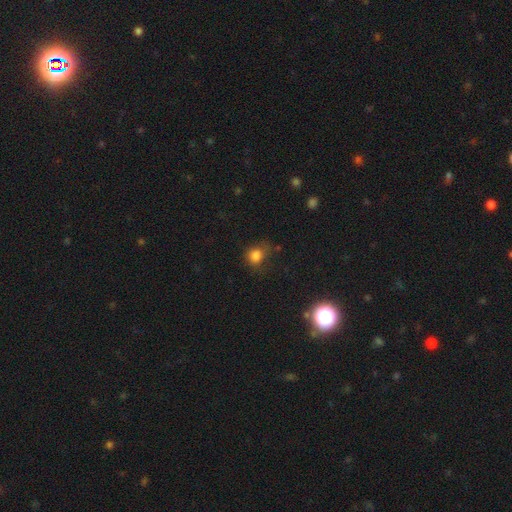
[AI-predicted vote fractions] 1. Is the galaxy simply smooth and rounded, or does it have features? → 80% smooth, 13% star or artifact, 7% featured or disk.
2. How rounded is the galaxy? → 69% round, 30% in between, 1% cigar-shaped.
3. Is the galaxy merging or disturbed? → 57% none, 26% minor disturbance, 14% major disturbance, 3% merger.